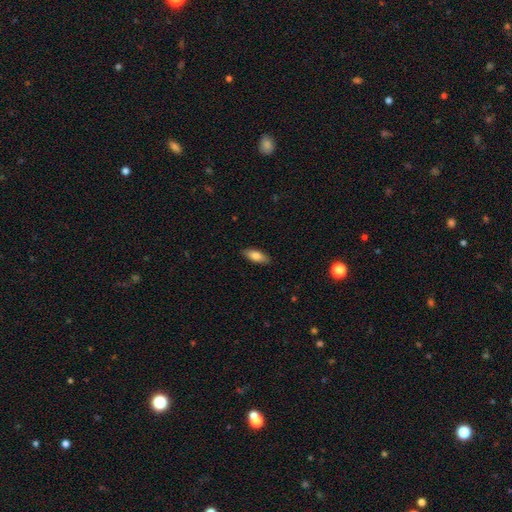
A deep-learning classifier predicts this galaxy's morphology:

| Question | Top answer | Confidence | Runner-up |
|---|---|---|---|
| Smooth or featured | smooth | 79% | featured or disk (14%) |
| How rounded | in between | 73% | cigar-shaped (25%) |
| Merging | none | 88% | minor disturbance (9%) |